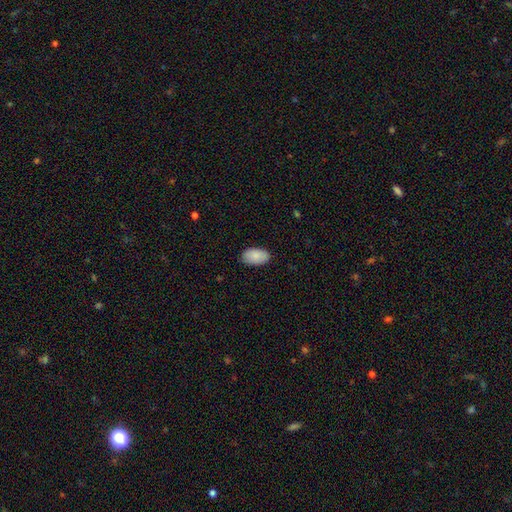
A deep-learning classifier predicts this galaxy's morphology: This appears to be a smooth galaxy with no disk features (88%) that is in between round and cigar-shaped (94%). Merging: none (86%).